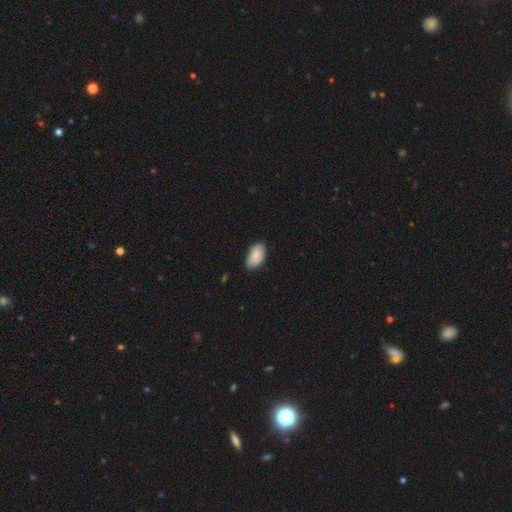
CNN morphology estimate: This is clearly a smooth galaxy (87%). How rounded: clearly in between (94%). Merging: likely none (74%).